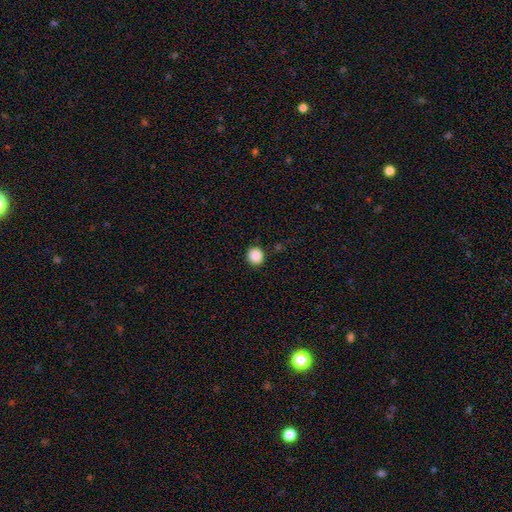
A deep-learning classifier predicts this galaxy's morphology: The model was most divided on "smooth or featured": smooth: 88%, star or artifact: 9%, featured or disk: 3%. More confident: how rounded — round (91%); merging — none (91%).